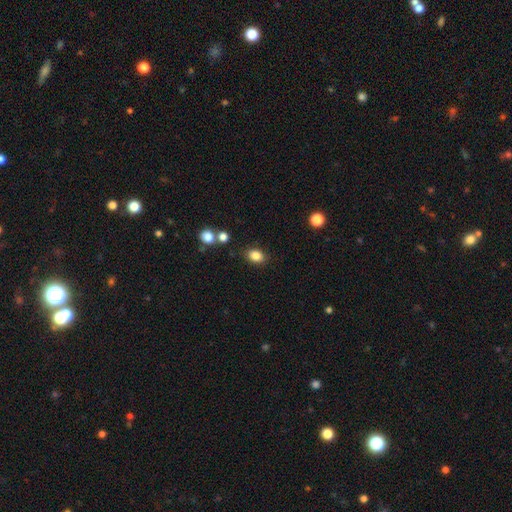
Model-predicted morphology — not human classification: Smooth or featured? smooth (84%)
How rounded? in between (72%)
Merging? none (83%)